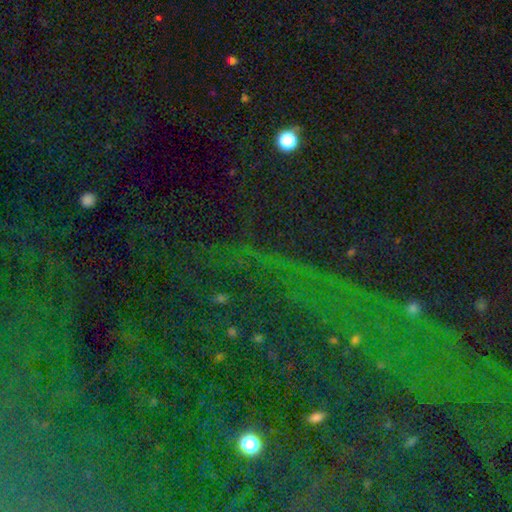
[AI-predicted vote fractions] star or artifact 81%, smooth 10%, featured or disk 9%.